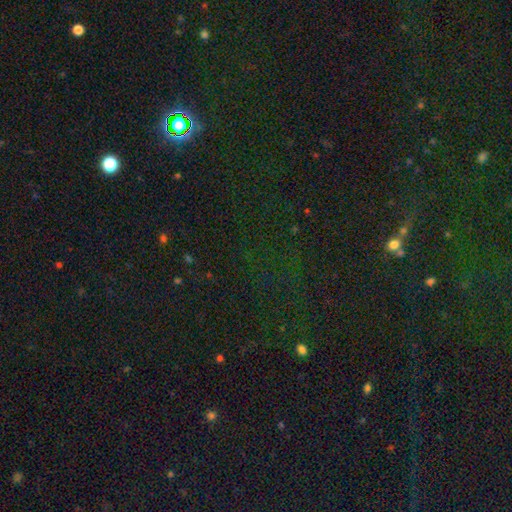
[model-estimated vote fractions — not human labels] This appears to be a star or artifact, not a galaxy (75%).